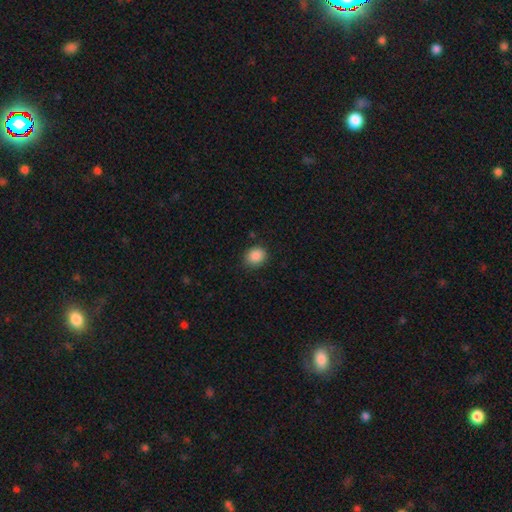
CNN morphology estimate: Smooth or featured? smooth (88%)
How rounded? round (64%)
Merging? none (85%)